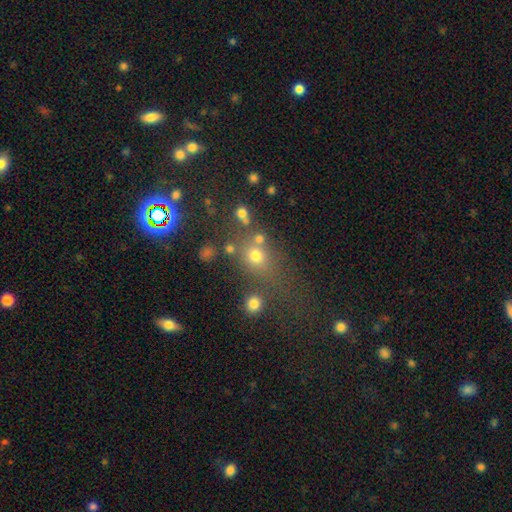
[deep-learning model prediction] A smooth galaxy with no disk features (66%) that is round (72%).

Vote fractions:
- Smooth or featured? smooth: 66% / star or artifact: 23% / featured or disk: 12%
- How rounded? round: 72% / in between: 26% / cigar-shaped: 2%
- Merging? none: 58% / merger: 19% / minor disturbance: 13% / major disturbance: 9%